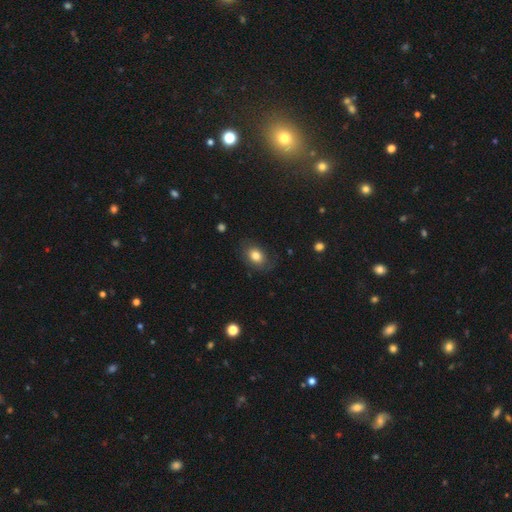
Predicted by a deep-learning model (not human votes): This is likely a smooth galaxy (79%). How rounded: likely in between (71%). Merging: likely none (75%).